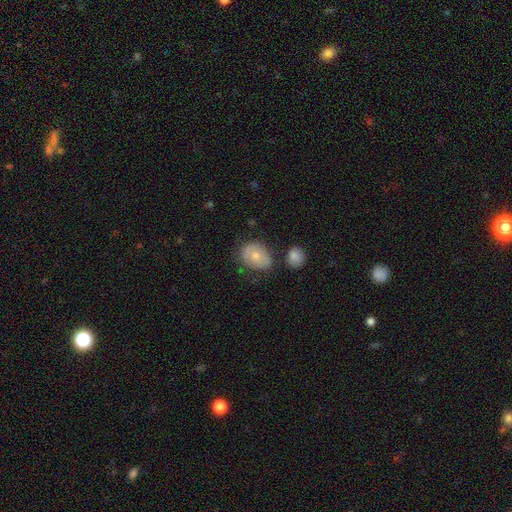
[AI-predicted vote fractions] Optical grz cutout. It shows a smooth galaxy with no disk features (67%) that is in between round and cigar-shaped (51%). Merging: none (61%).